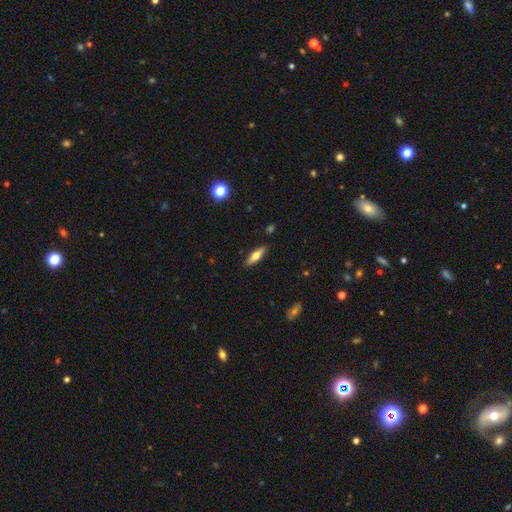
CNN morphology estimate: A smooth galaxy with no disk features (57%) that is cigar-shaped (57%).

Vote fractions:
- Smooth or featured? smooth: 57% / featured or disk: 36% / star or artifact: 6%
- How rounded? cigar-shaped: 57% / in between: 41% / round: 2%
- Merging? none: 89% / minor disturbance: 8% / major disturbance: 2% / merger: 1%